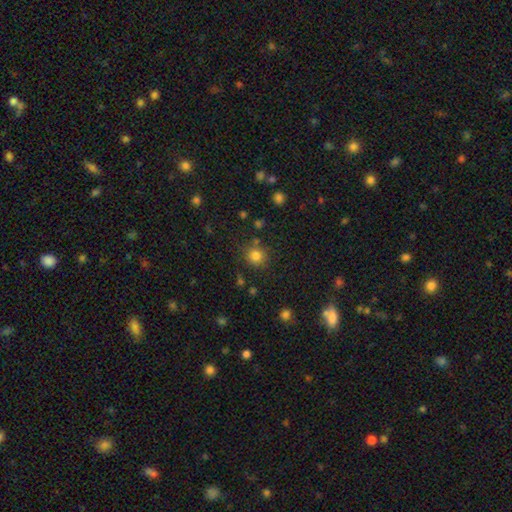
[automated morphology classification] type=smooth (81%); roundness=round (89%); merging=none (79%).